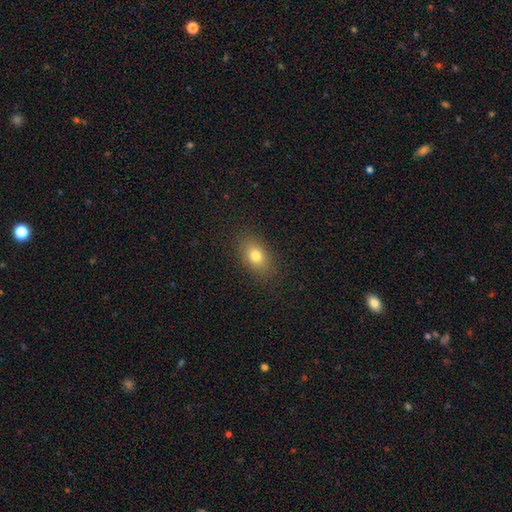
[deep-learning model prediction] Smooth or featured?
  - smooth: 77% *
  - featured or disk: 12%
  - star or artifact: 11%
How rounded?
  - in between: 81% *
  - round: 16%
  - cigar-shaped: 3%
Merging?
  - none: 86% *
  - minor disturbance: 9%
  - major disturbance: 3%
  - merger: 1%